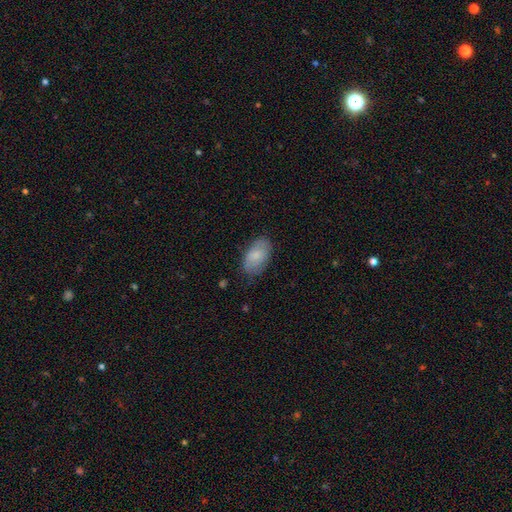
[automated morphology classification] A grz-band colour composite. It shows a smooth galaxy with no disk features (79%) that is in between round and cigar-shaped (94%). Merging: none (76%).